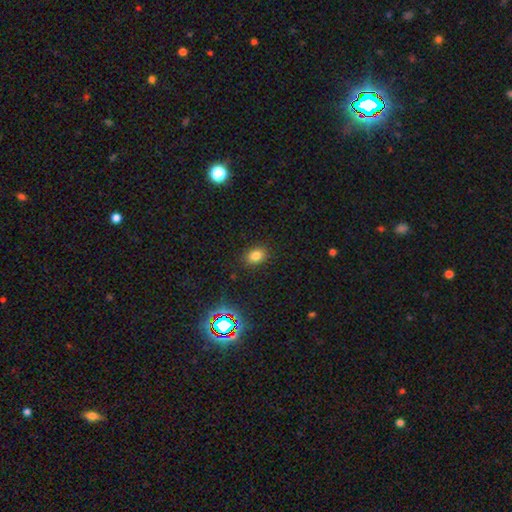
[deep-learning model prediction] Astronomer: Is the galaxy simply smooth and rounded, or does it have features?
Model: smooth — 80%.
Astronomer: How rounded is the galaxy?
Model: in between — 68%.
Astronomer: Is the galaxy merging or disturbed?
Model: none — 87%.